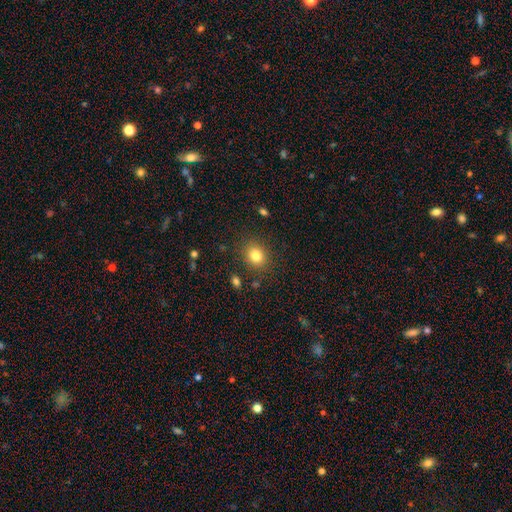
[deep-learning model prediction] The model was most divided on "how rounded": round: 64%, in between: 36%, cigar-shaped: 1%. More confident: merging — none (86%); smooth or featured — smooth (82%).